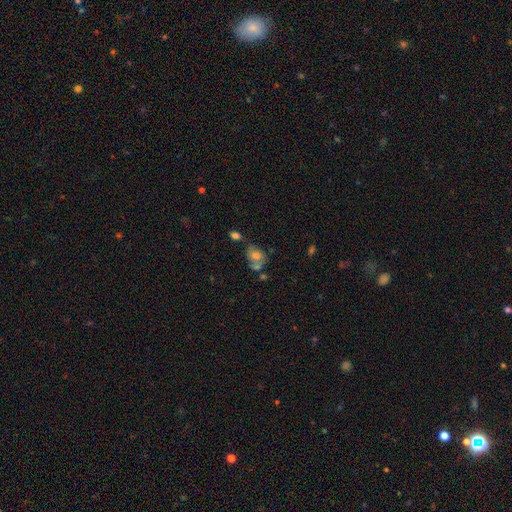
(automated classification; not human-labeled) smooth-or-featured: smooth: 61% | featured or disk: 29% | star or artifact: 11%
  how-rounded: in between: 58% | round: 41% | cigar-shaped: 1%
  merging: none: 34% | merger: 30% | minor disturbance: 22% | major disturbance: 14%